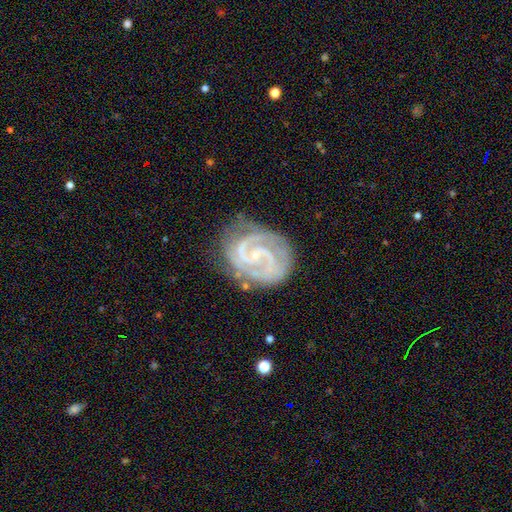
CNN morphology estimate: smooth_or_featured: featured or disk (p=0.89) [alt: star or artifact p=0.06]
disk_edge_on: no (p=0.98) [alt: yes p=0.02]
bar: weak (p=0.43) [alt: no p=0.40]
has_spiral_arms: yes (p=0.98) [alt: no p=0.02]
spiral_winding: tight (p=0.54) [alt: medium p=0.39]
spiral_arm_count: 2 (p=0.70) [alt: 3 p=0.11]
bulge_size: small (p=0.80) [alt: moderate p=0.12]
merging: none (p=0.72) [alt: minor disturbance p=0.18]